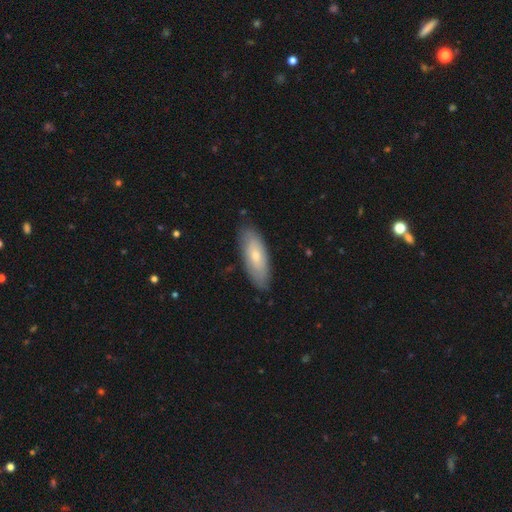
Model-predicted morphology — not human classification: A smooth galaxy with no disk features (61%) that is in between round and cigar-shaped (71%).

Vote fractions:
- Smooth or featured? smooth: 61% / featured or disk: 33% / star or artifact: 6%
- How rounded? in between: 71% / cigar-shaped: 27% / round: 2%
- Merging? none: 82% / minor disturbance: 14% / major disturbance: 3% / merger: 1%